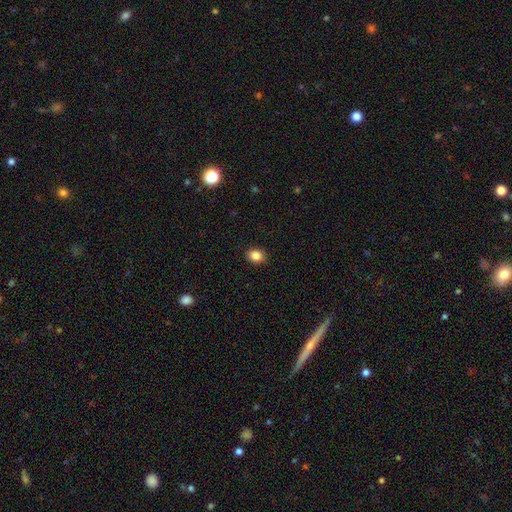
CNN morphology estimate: Q: Smooth or featured?
A: smooth (86%); runner-up: star or artifact (10%)
Q: How rounded?
A: round (55%); runner-up: in between (45%)
Q: Merging?
A: none (90%); runner-up: minor disturbance (7%)